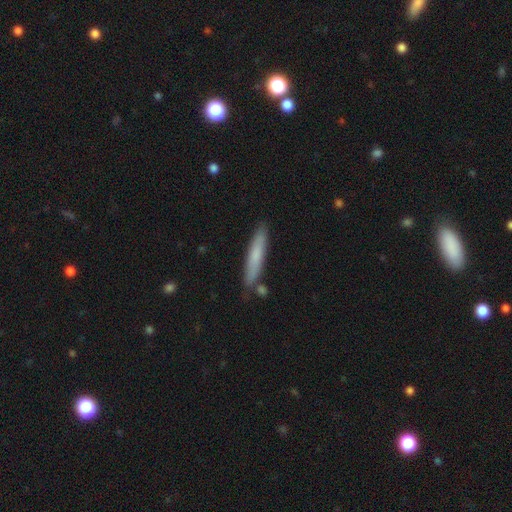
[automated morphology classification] Overall: smooth (70%). How rounded: cigar-shaped (91%). Merging: none (81%).